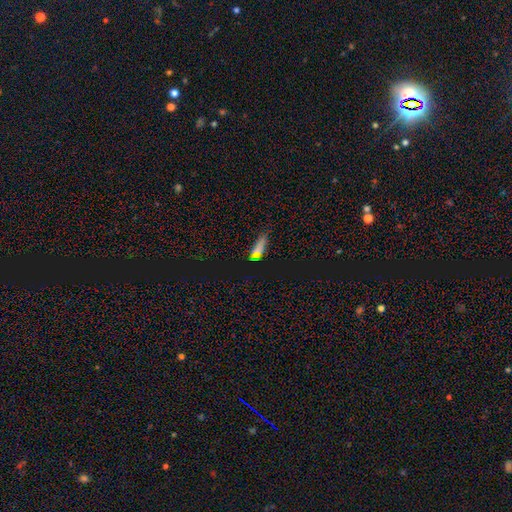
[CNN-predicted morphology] Overall: smooth (55%; star or artifact 36%). How rounded: in between (62%; cigar-shaped 29%). Merging: none (63%).